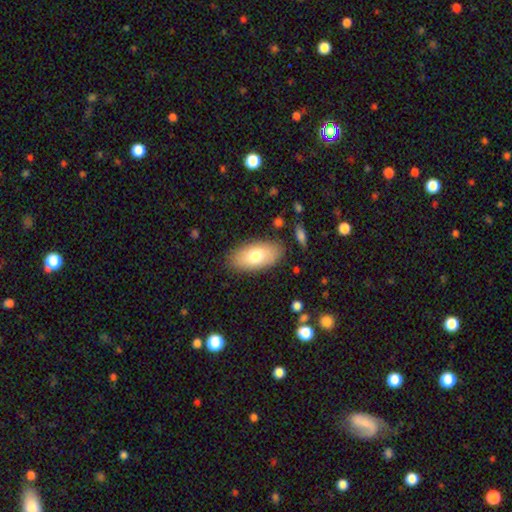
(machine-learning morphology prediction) Smooth or featured: smooth — 73% (featured or disk — 21%)
How rounded: in between — 92% (cigar-shaped — 5%)
Merging: none — 84% (minor disturbance — 11%)